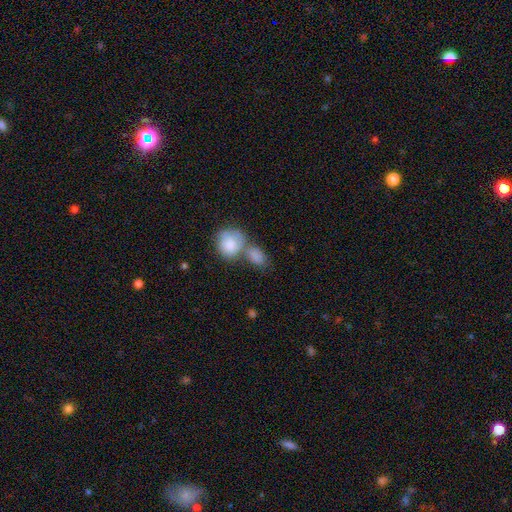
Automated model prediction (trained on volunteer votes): Smooth or featured: smooth — 82% (featured or disk — 10%)
How rounded: in between — 71% (round — 27%)
Merging: merger — 50% (none — 32%)